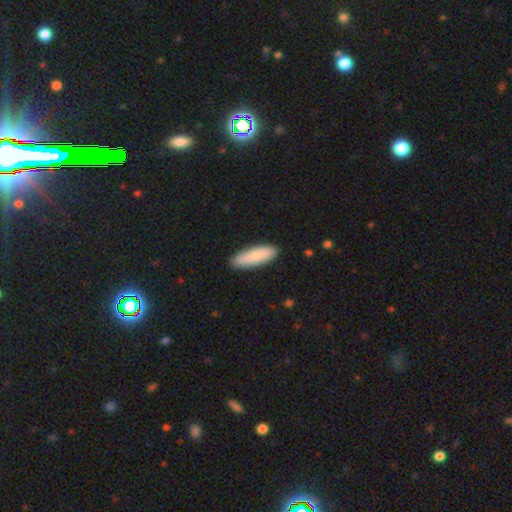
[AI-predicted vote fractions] A smooth galaxy with no disk features (84%) that is cigar-shaped (55%).

Vote fractions:
- Smooth or featured? smooth: 84% / featured or disk: 10% / star or artifact: 5%
- How rounded? cigar-shaped: 55% / in between: 43% / round: 2%
- Merging? none: 90% / minor disturbance: 8% / major disturbance: 2% / merger: 1%